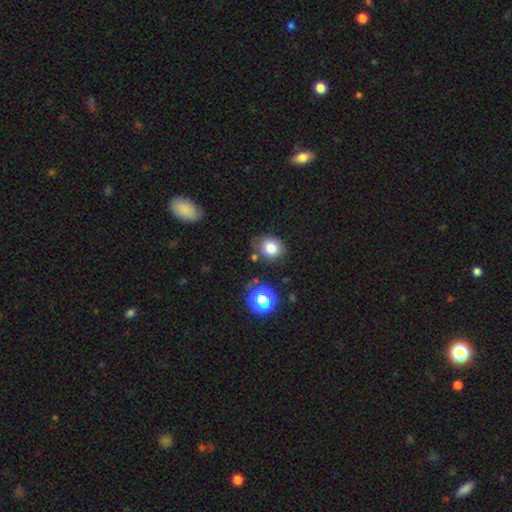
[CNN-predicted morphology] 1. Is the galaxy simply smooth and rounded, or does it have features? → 77% smooth, 17% star or artifact, 7% featured or disk.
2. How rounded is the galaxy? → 74% round, 25% in between, 1% cigar-shaped.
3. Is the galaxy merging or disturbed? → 81% none, 12% minor disturbance, 4% merger, 3% major disturbance.